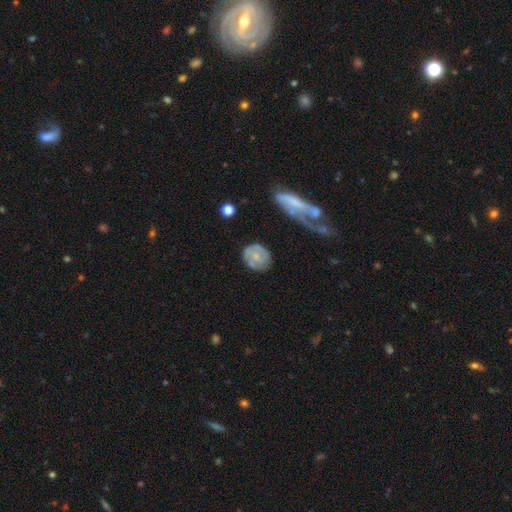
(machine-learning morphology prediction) featured or disk 51%, smooth 43%, star or artifact 6%. Down the decision tree: edge-on disk — no (96%); merging — none (66%).